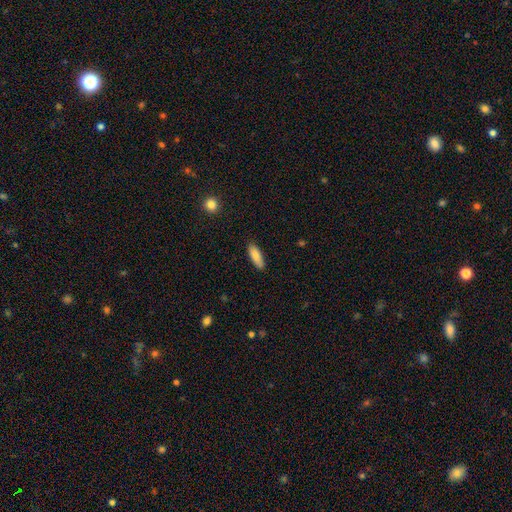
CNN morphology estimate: A smooth galaxy with no disk features (85%) that is in between round and cigar-shaped (55%). Merging: none (86%).